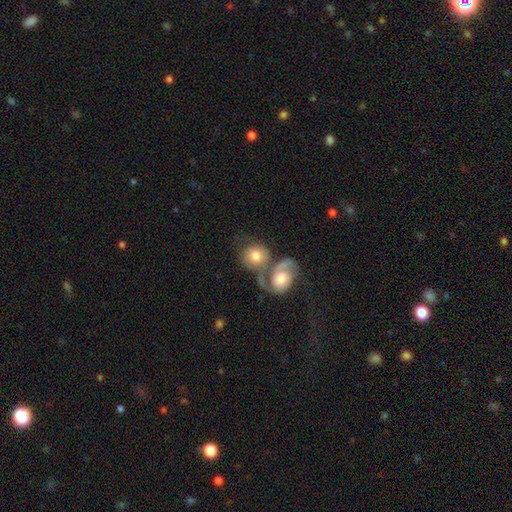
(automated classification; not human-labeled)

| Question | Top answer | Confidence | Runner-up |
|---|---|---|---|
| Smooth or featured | smooth | 60% | featured or disk (33%) |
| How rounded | round | 72% | in between (26%) |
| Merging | merger | 65% | none (19%) |